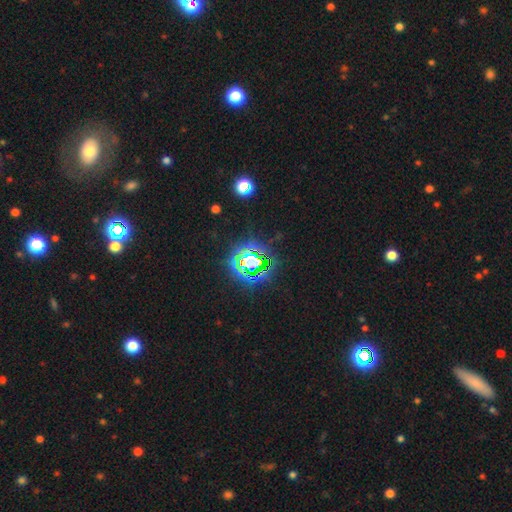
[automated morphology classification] Smooth or featured: star or artifact — 78% (smooth — 13%)